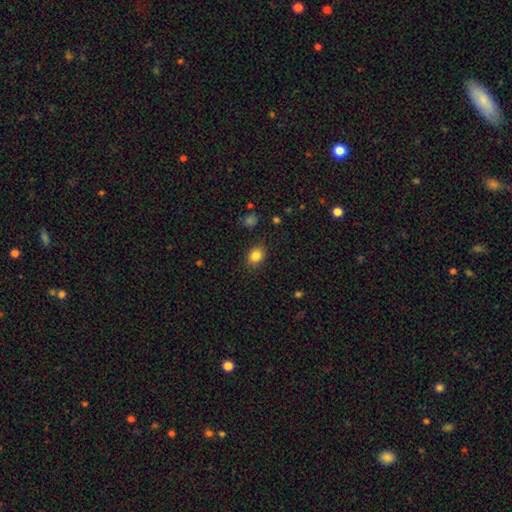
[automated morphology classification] A smooth galaxy with no disk features (84%) that is in between round and cigar-shaped (54%). Merging: none (87%).